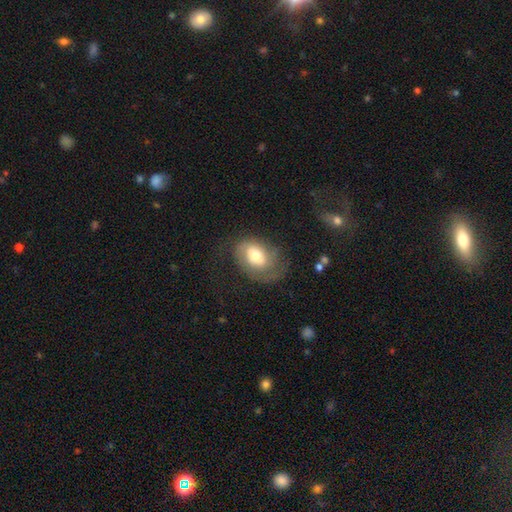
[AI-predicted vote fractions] This appears to be a smooth galaxy with no disk features (49%). Merging: none (49%).